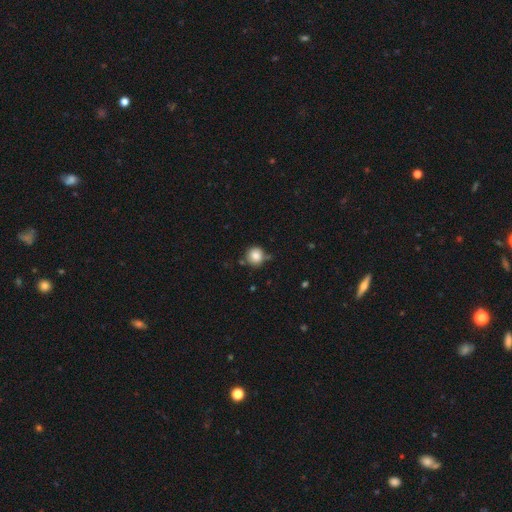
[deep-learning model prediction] Smooth or featured: smooth — 85% (star or artifact — 10%)
How rounded: round — 90% (in between — 9%)
Merging: none — 75% (minor disturbance — 15%)